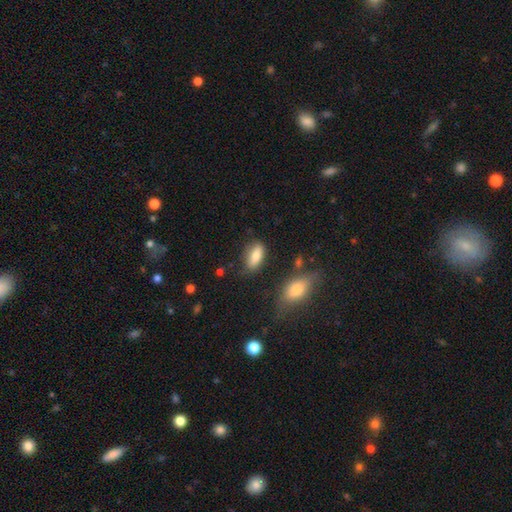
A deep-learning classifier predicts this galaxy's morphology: Smooth or featured? smooth (83%)
How rounded? in between (83%)
Merging? none (67%)